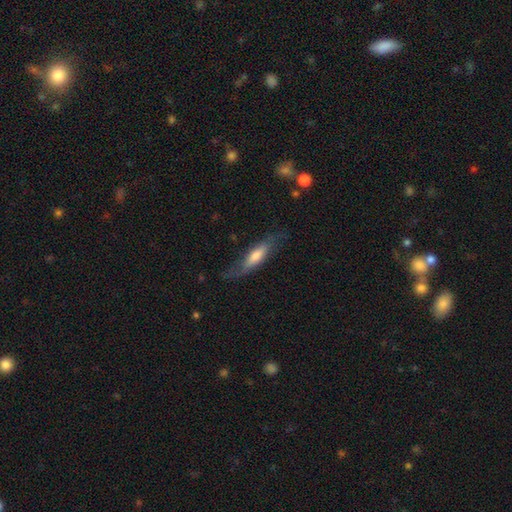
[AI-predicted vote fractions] Smooth or featured: featured or disk — 47% (smooth — 46%)
Merging: none — 64% (minor disturbance — 22%)